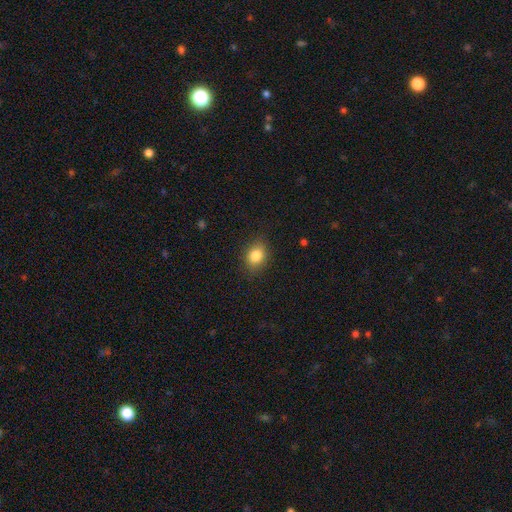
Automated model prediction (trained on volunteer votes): Smooth or featured?
  - smooth: 84% *
  - star or artifact: 9%
  - featured or disk: 7%
How rounded?
  - in between: 58% *
  - round: 41%
  - cigar-shaped: 1%
Merging?
  - none: 85% *
  - minor disturbance: 11%
  - major disturbance: 3%
  - merger: 1%